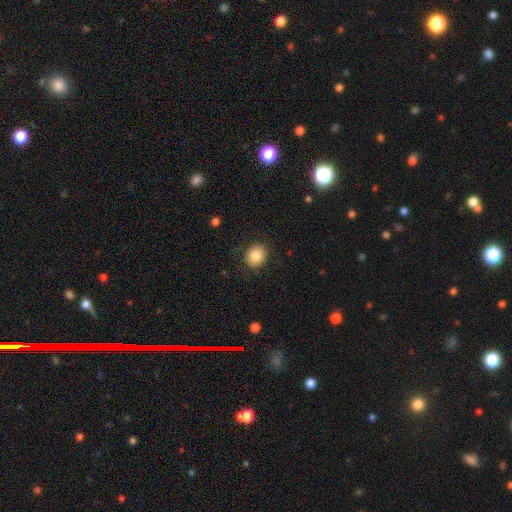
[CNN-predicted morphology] smooth 85%, star or artifact 9%, featured or disk 7%. Down the decision tree: how rounded — round (72%); merging — none (84%).